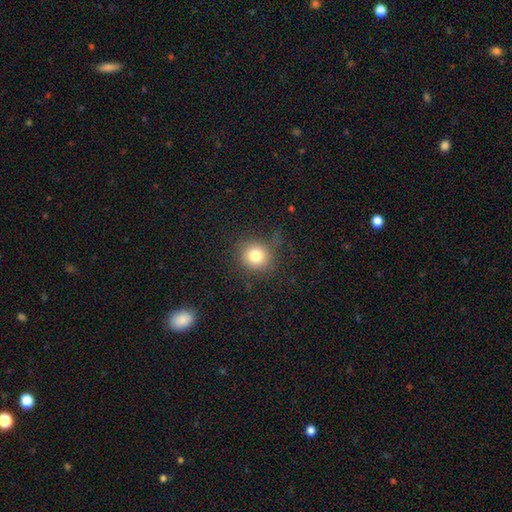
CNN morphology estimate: smooth_or_featured: smooth (p=0.80) [alt: star or artifact p=0.12]
how_rounded: round (p=0.90) [alt: in between p=0.09]
merging: none (p=0.81) [alt: minor disturbance p=0.13]